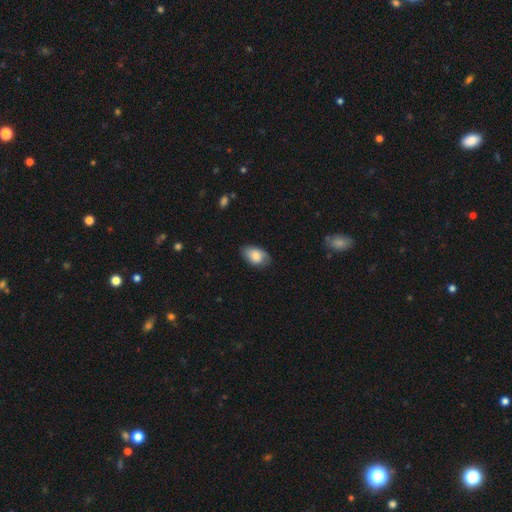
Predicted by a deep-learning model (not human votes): Smooth or featured: smooth — 77% (featured or disk — 16%)
How rounded: in between — 90% (round — 9%)
Merging: none — 71% (minor disturbance — 24%)